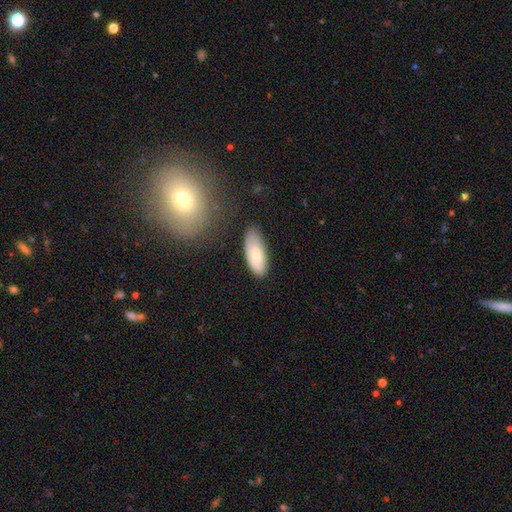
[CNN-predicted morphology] type=smooth (73%); roundness=in between (83%); merging=none (74%).